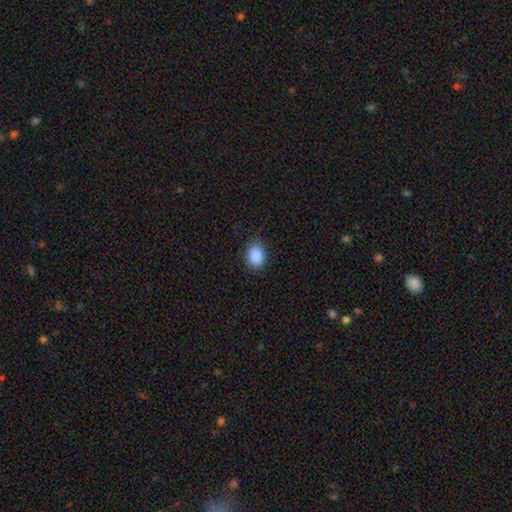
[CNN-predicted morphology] This appears to be a smooth galaxy with no disk features (88%) that is in between round and cigar-shaped (61%). Merging: none (77%).